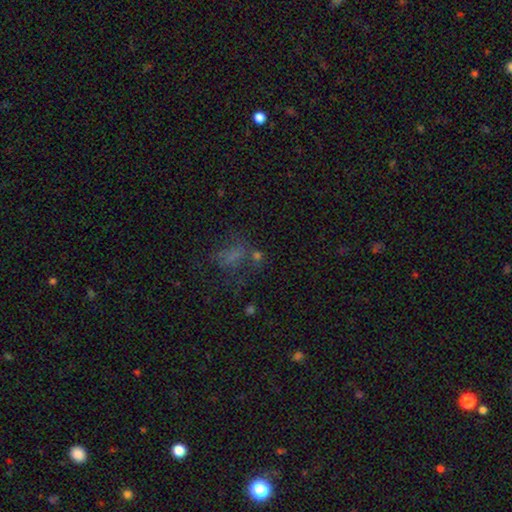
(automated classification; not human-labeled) This appears to be a smooth galaxy with no disk features (46%). Merging: none (44%).